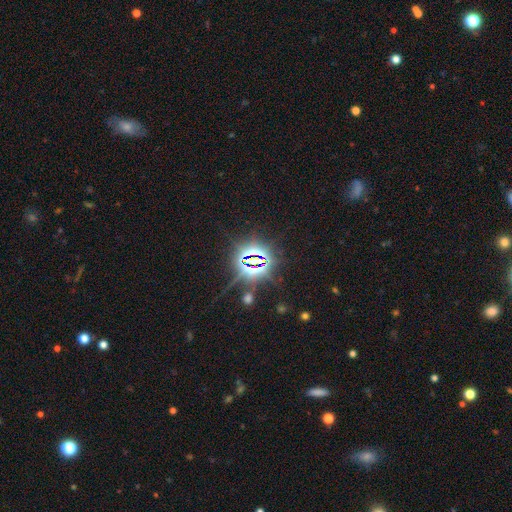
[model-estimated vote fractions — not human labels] Morphology: type=star or artifact (83%).